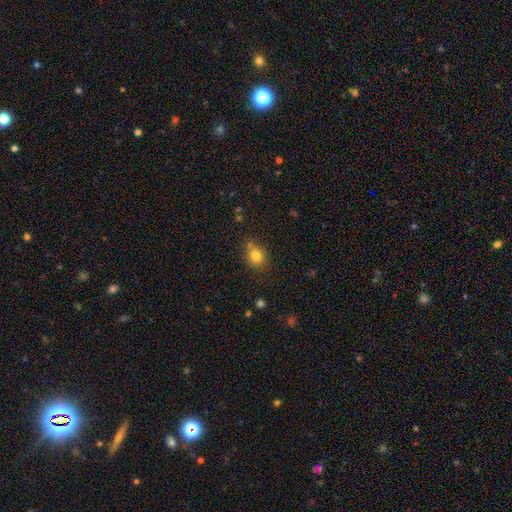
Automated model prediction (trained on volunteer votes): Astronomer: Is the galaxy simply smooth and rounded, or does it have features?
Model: smooth — 81%.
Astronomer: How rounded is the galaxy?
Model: round — 67%.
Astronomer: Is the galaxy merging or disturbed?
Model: none — 74%.